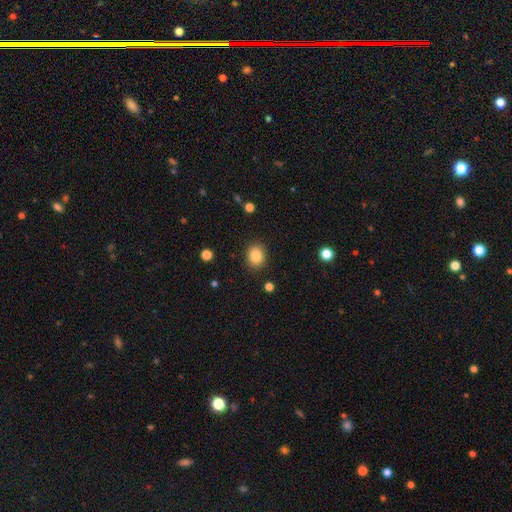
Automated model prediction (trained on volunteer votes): smooth-or-featured: smooth: 86% | star or artifact: 10% | featured or disk: 5%
  how-rounded: round: 58% | in between: 42% | cigar-shaped: 1%
  merging: none: 88% | minor disturbance: 8% | major disturbance: 3% | merger: 1%